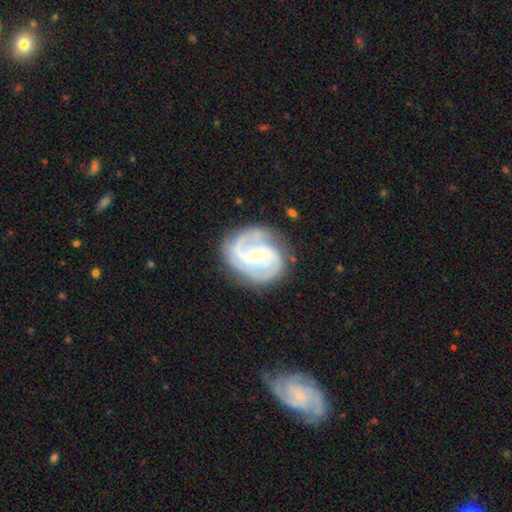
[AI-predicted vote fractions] The model was most divided on "spiral winding": medium: 51%, tight: 31%, loose: 18%. Remaining: edge-on disk — no (98%); spiral arms — yes (97%); smooth or featured — featured or disk (88%); spiral arm count — 2 (74%); merging — none (74%); bulge size — small (63%); bar — weak (47%).